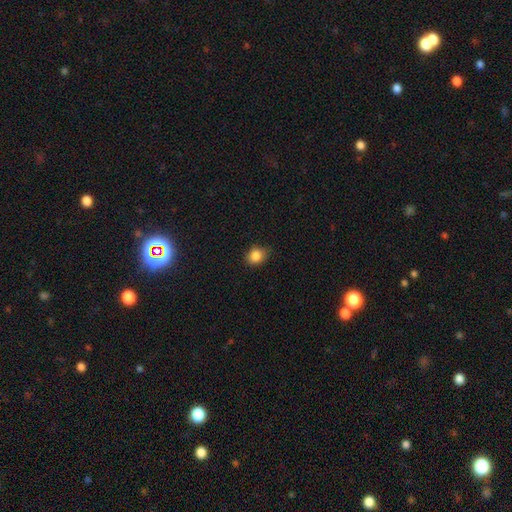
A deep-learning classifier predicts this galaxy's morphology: A smooth galaxy with no disk features (85%) that is round (60%). Merging: none (79%).